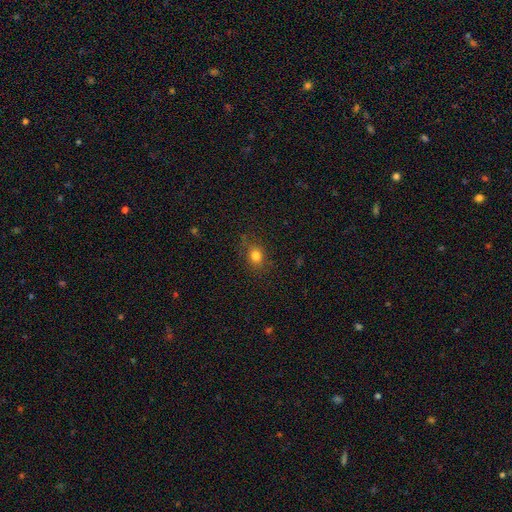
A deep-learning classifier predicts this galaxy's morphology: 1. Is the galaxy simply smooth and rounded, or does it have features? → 80% smooth, 13% star or artifact, 7% featured or disk.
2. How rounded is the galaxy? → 60% round, 38% in between, 1% cigar-shaped.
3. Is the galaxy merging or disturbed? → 79% none, 15% minor disturbance, 5% major disturbance, 2% merger.